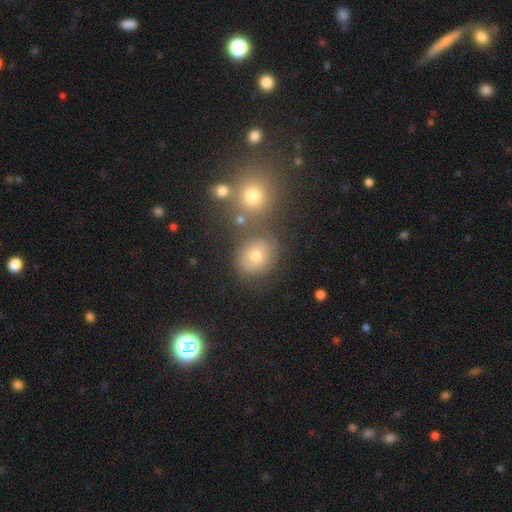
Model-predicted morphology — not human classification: This appears to be a smooth galaxy with no disk features (66%) that is round (71%). Merging: none (71%).